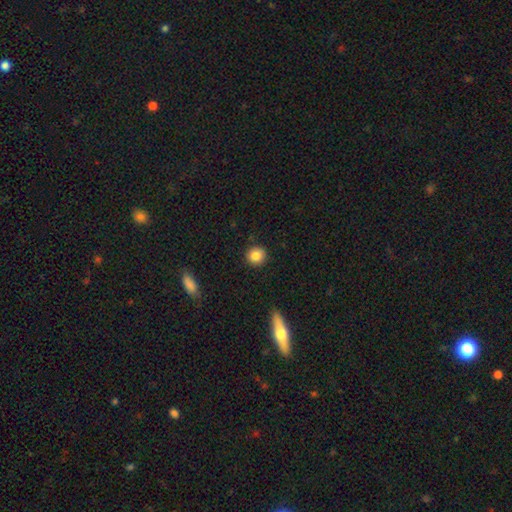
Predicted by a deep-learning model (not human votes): Smooth or featured: smooth — 85% (star or artifact — 9%)
How rounded: round — 90% (in between — 9%)
Merging: none — 90% (minor disturbance — 6%)